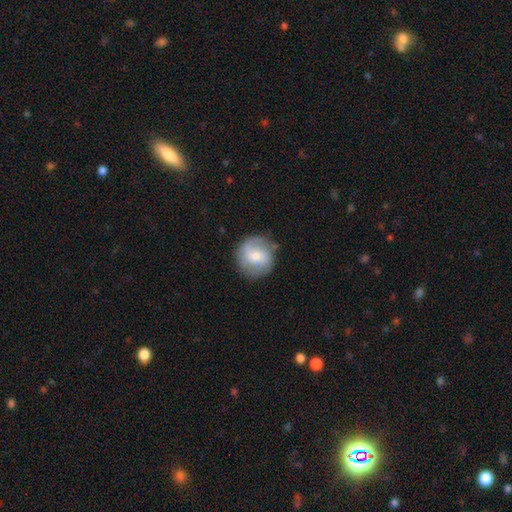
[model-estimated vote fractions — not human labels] Smooth or featured?
  - smooth: 50% *
  - featured or disk: 43%
  - star or artifact: 7%
How rounded?
  - round: 92% *
  - in between: 7%
  - cigar-shaped: 1%
Merging?
  - none: 78% *
  - minor disturbance: 15%
  - major disturbance: 5%
  - merger: 2%